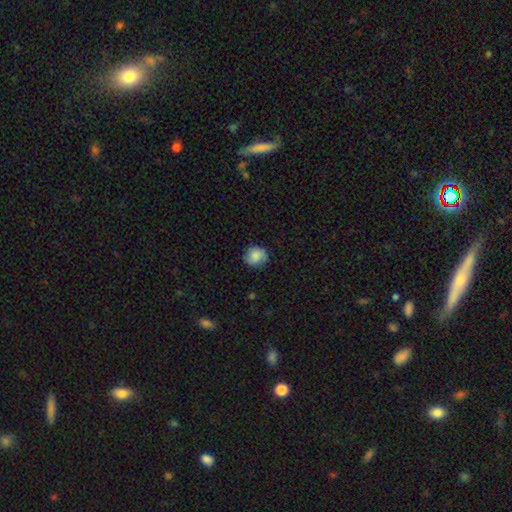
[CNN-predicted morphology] The model was most divided on "how rounded": round: 82%, in between: 17%, cigar-shaped: 1%. More confident: merging — none (83%); smooth or featured — smooth (81%).